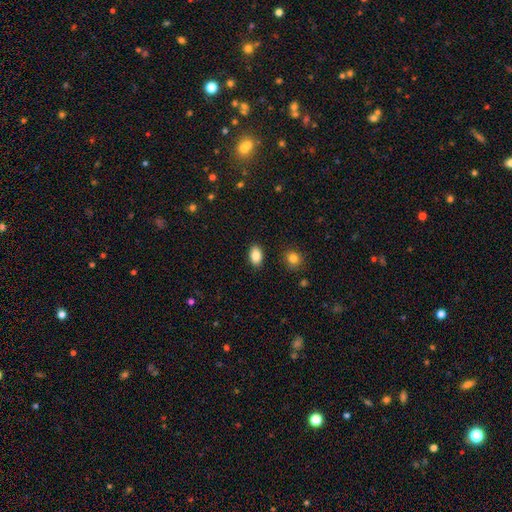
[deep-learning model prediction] Smooth or featured: smooth — 87% (star or artifact — 8%)
How rounded: in between — 89% (round — 9%)
Merging: none — 88% (minor disturbance — 8%)